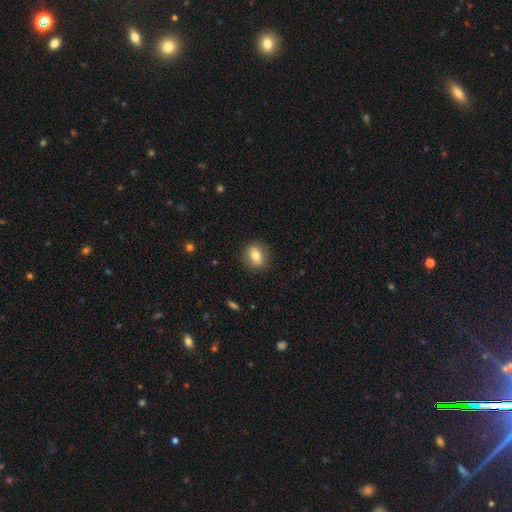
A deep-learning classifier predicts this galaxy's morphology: A smooth galaxy with no disk features (76%) that is round (54%). Merging: none (88%).